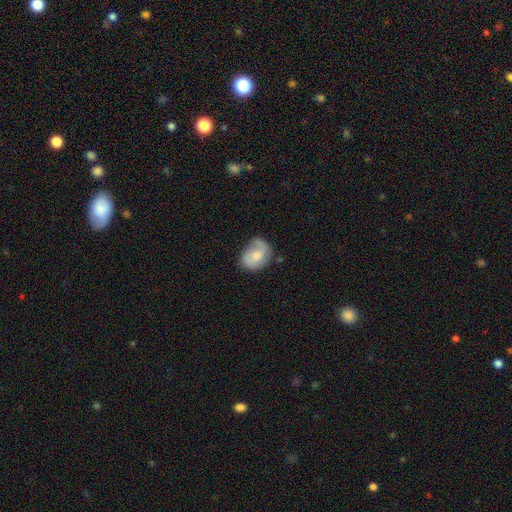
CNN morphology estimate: A smooth galaxy with no disk features (50%).

Vote fractions:
- Smooth or featured? smooth: 50% / featured or disk: 43% / star or artifact: 7%
- Merging? none: 54% / minor disturbance: 31% / major disturbance: 12% / merger: 3%